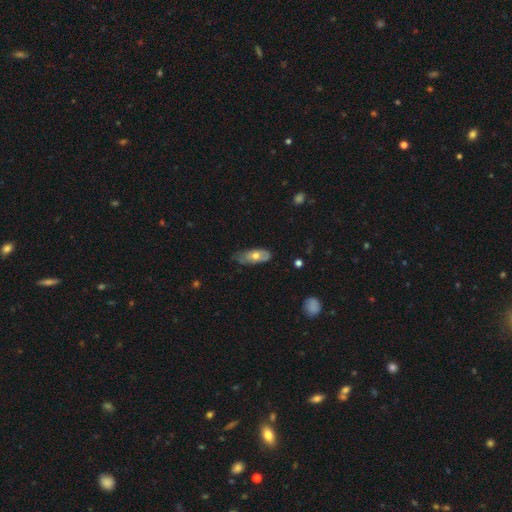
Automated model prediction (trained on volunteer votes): smooth 57%, featured or disk 37%, star or artifact 6%. Down the decision tree: how rounded — in between (80%); merging — none (48%).